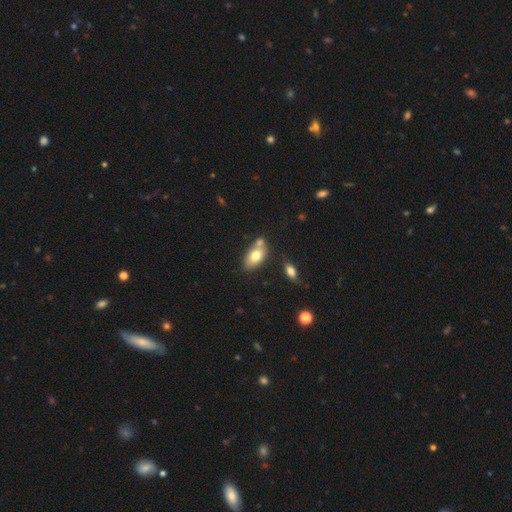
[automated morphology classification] Q: Smooth or featured?
A: smooth (73%); runner-up: featured or disk (19%)
Q: How rounded?
A: in between (90%); runner-up: round (6%)
Q: Merging?
A: none (55%); runner-up: merger (27%)